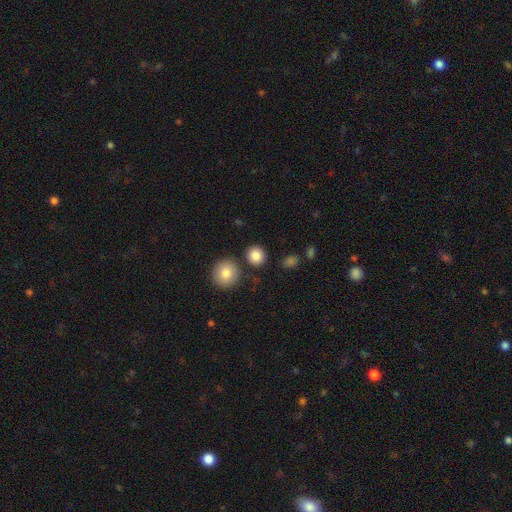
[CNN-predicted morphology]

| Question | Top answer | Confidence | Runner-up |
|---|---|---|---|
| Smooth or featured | smooth | 85% | star or artifact (9%) |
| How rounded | round | 83% | in between (16%) |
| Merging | none | 84% | minor disturbance (7%) |